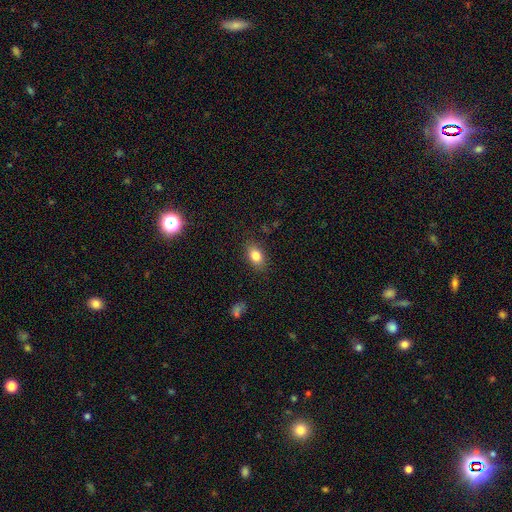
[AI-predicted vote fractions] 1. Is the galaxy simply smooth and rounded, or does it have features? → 82% smooth, 9% star or artifact, 9% featured or disk.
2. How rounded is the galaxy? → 83% in between, 14% round, 2% cigar-shaped.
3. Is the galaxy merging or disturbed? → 84% none, 12% minor disturbance, 3% major disturbance, 1% merger.